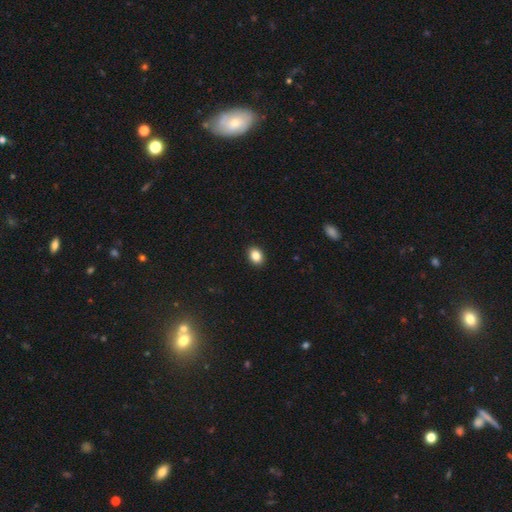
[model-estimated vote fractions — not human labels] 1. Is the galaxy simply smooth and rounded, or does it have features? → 85% smooth, 9% star or artifact, 5% featured or disk.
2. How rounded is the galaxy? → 65% in between, 34% round, 1% cigar-shaped.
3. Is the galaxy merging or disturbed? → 91% none, 6% minor disturbance, 2% major disturbance, 1% merger.